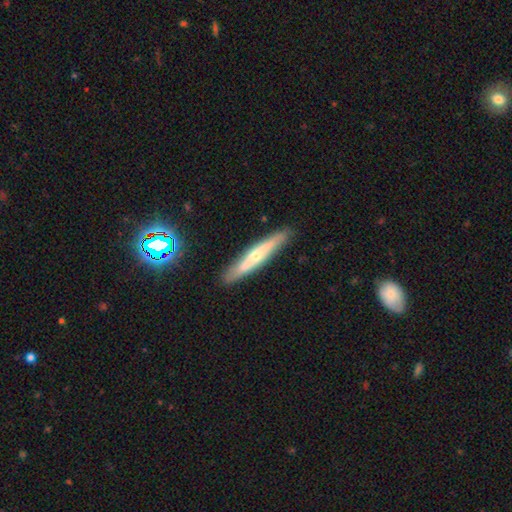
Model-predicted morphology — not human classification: featured or disk 57%, smooth 36%, star or artifact 7%. Down the decision tree: edge-on disk — yes (86%); merging — none (88%).